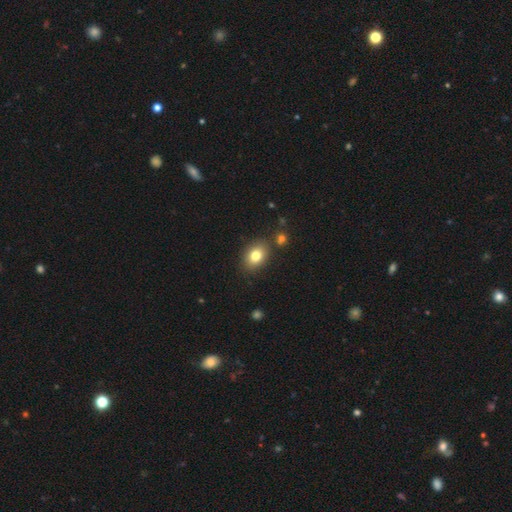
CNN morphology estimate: Smooth or featured: smooth — 79% (featured or disk — 11%)
How rounded: in between — 72% (round — 27%)
Merging: none — 81% (minor disturbance — 11%)